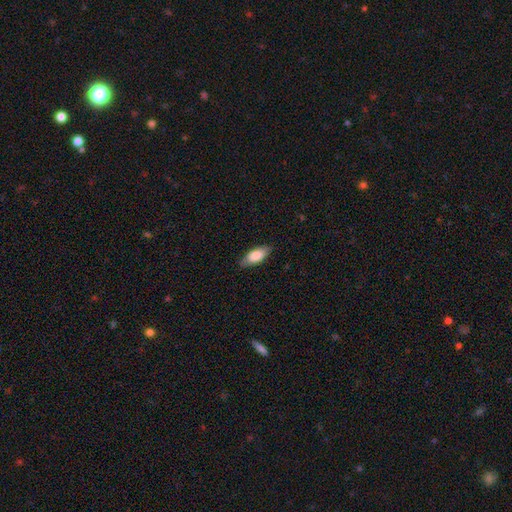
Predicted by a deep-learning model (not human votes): This is clearly a smooth galaxy (82%). How rounded: clearly in between (81%). Merging: clearly none (81%).